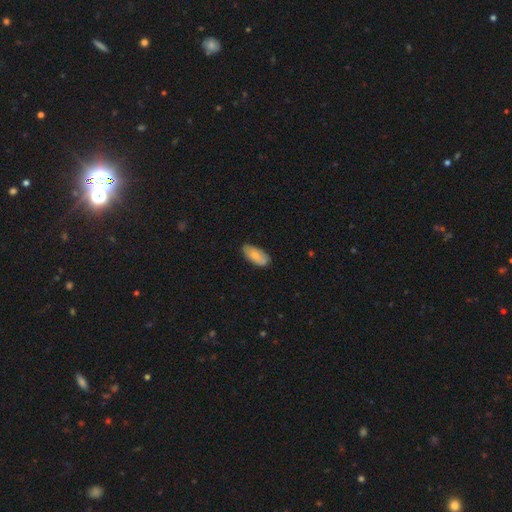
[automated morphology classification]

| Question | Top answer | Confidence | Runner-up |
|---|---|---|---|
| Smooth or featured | smooth | 76% | featured or disk (18%) |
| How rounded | in between | 91% | cigar-shaped (7%) |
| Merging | none | 71% | minor disturbance (24%) |